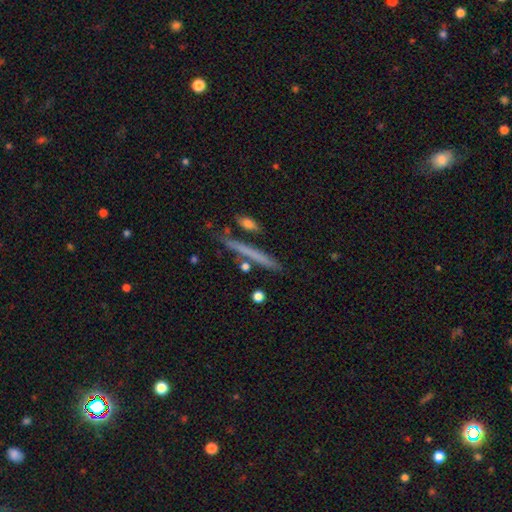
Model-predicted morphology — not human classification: smooth_or_featured: smooth (p=0.53) [alt: featured or disk p=0.40]
how_rounded: cigar-shaped (p=0.95) [alt: in between p=0.03]
merging: none (p=0.83) [alt: minor disturbance p=0.10]